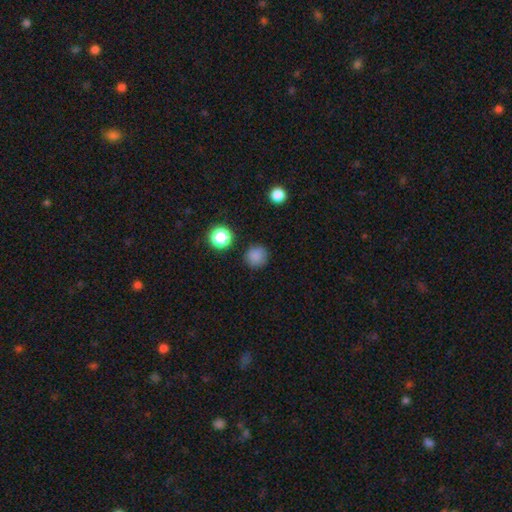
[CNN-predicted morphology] Q: Smooth or featured?
A: smooth (83%); runner-up: star or artifact (13%)
Q: How rounded?
A: round (93%); runner-up: in between (7%)
Q: Merging?
A: none (87%); runner-up: minor disturbance (8%)